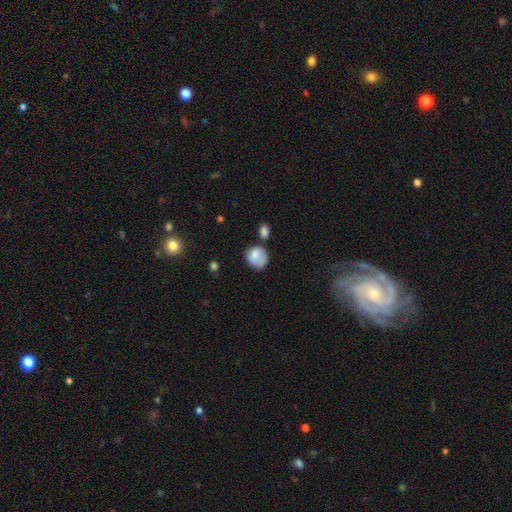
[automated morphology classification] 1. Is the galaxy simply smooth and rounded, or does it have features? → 77% smooth, 14% featured or disk, 9% star or artifact.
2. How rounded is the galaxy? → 67% round, 32% in between, 1% cigar-shaped.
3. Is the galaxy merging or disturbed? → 46% none, 28% minor disturbance, 13% merger, 13% major disturbance.